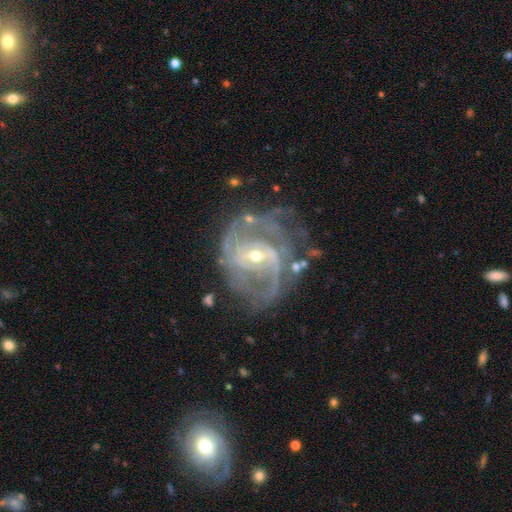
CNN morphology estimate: This appears to be a featured or disk galaxy (91%) with a weak bar (49%), 2 (51%) medium (45%) spiral arms (96%) and a small central bulge (54%). Merging: none (59%).